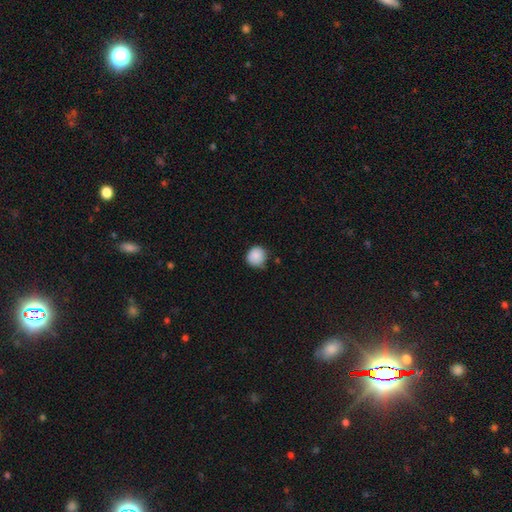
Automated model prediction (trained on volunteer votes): Morphology: type=smooth (88%); roundness=round (91%); merging=none (77%).